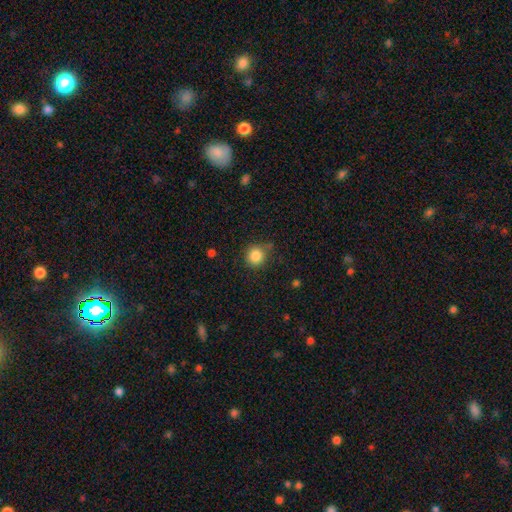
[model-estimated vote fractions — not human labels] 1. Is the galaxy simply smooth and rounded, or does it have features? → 85% smooth, 11% star or artifact, 5% featured or disk.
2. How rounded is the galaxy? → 91% round, 8% in between, 1% cigar-shaped.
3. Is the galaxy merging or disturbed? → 77% none, 16% minor disturbance, 4% major disturbance, 3% merger.